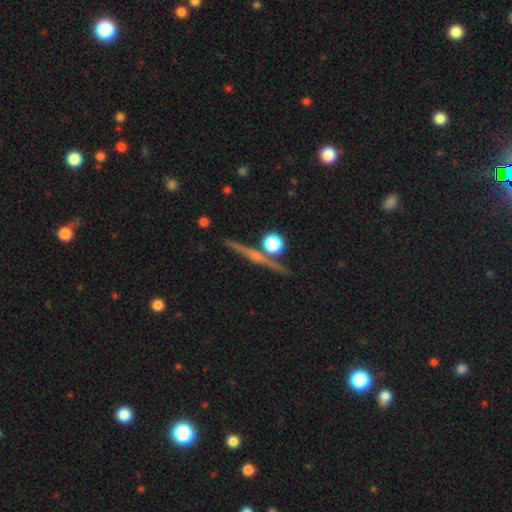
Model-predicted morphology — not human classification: smooth-or-featured: featured or disk: 68% | smooth: 19% | star or artifact: 13%
  disk-edge-on: yes: 97% | no: 3%
    edge-on-bulge: rounded: 51% | none: 36% | boxy: 13%
  merging: none: 87% | minor disturbance: 6% | merger: 4% | major disturbance: 2%